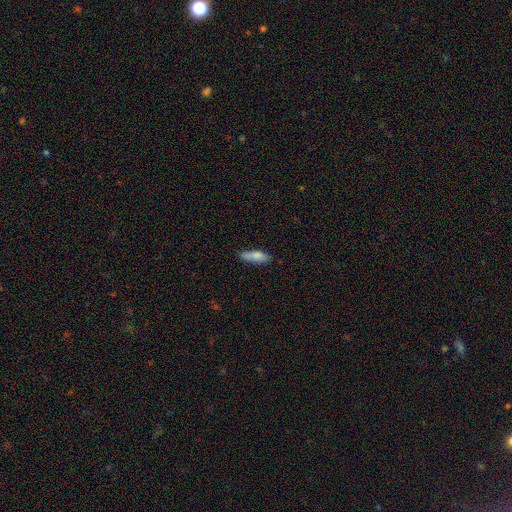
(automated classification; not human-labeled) Smooth or featured?
  - smooth: 81% *
  - featured or disk: 13%
  - star or artifact: 6%
How rounded?
  - cigar-shaped: 51% *
  - in between: 48%
  - round: 2%
Merging?
  - none: 80% *
  - minor disturbance: 16%
  - major disturbance: 3%
  - merger: 1%